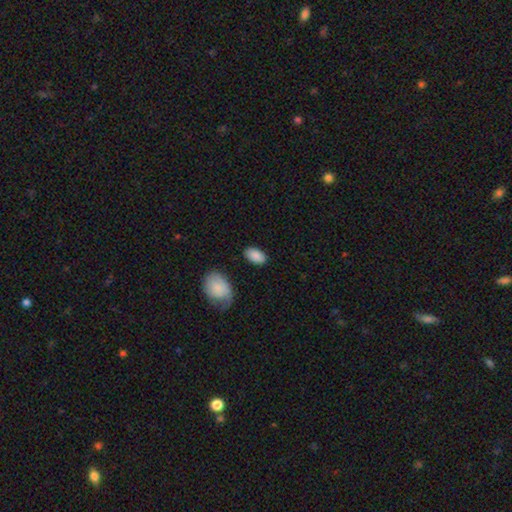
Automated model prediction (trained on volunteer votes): Smooth or featured? smooth (88%)
How rounded? in between (94%)
Merging? none (82%)